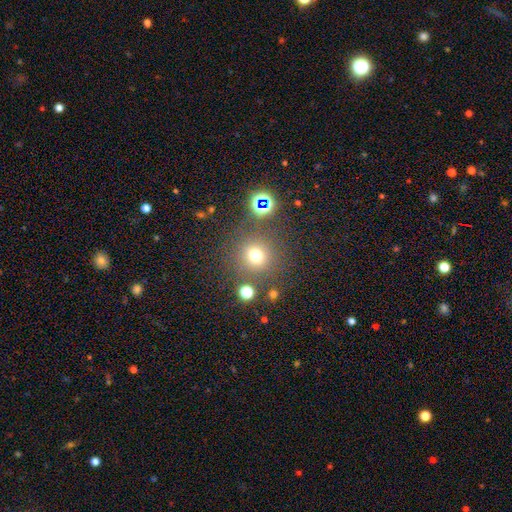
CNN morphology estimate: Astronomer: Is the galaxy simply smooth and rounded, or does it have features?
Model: smooth — 71%.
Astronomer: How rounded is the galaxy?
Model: round — 92%.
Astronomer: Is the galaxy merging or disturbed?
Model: none — 82%.